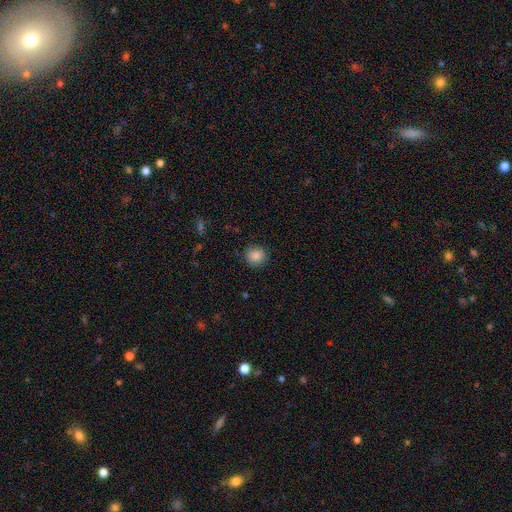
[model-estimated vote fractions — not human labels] Overall: smooth (86%). How rounded: round (90%). Merging: none (90%).